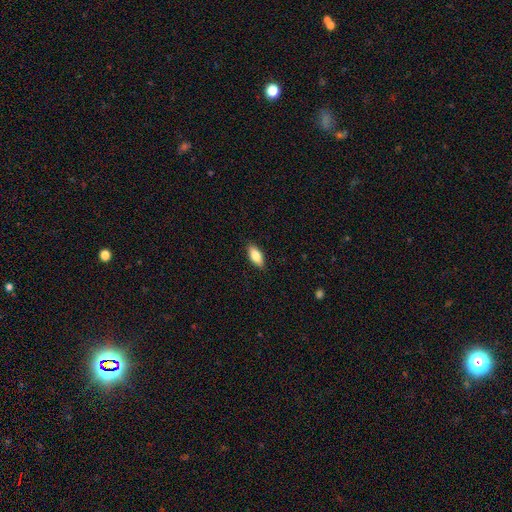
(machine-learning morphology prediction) This appears to be a smooth galaxy with no disk features (83%) that is in between round and cigar-shaped (86%). Merging: none (88%).